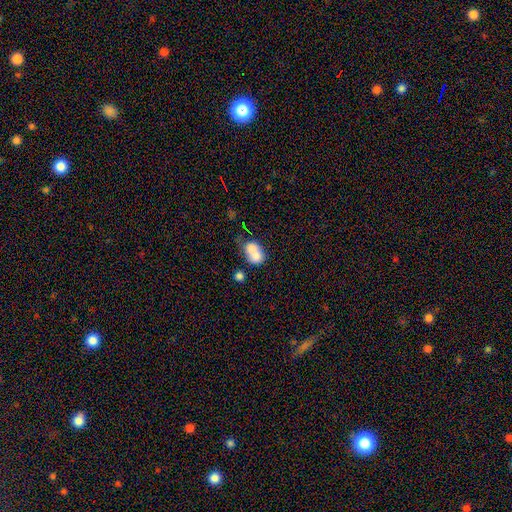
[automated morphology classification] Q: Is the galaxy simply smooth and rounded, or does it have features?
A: smooth — 73%.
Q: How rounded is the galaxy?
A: in between — 69%.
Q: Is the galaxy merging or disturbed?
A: merger — 53%.